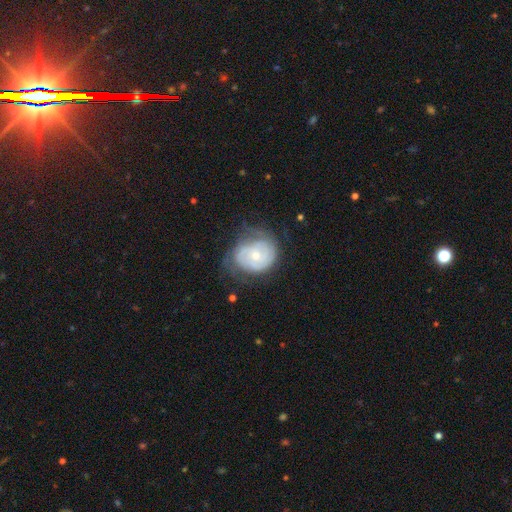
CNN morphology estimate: The model was most divided on "bulge size": small: 54%, moderate: 41%, large: 2%, none: 2%, dominant: 1%. More confident: edge-on disk — no (97%); bar — no (80%); spiral arms — yes (78%); smooth or featured — featured or disk (66%); merging — none (50%).